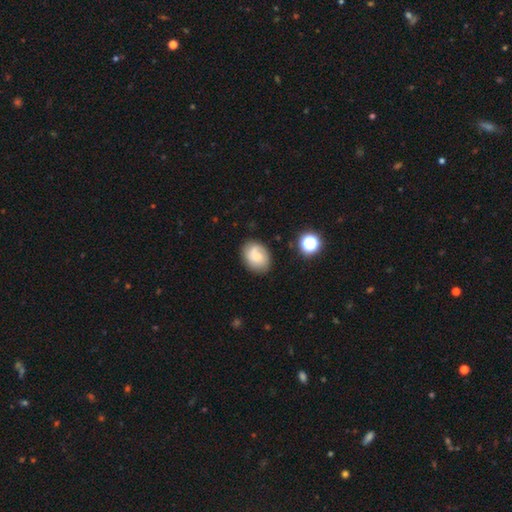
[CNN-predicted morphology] Q: Smooth or featured?
A: smooth (69%); runner-up: featured or disk (21%)
Q: How rounded?
A: in between (60%); runner-up: round (39%)
Q: Merging?
A: none (72%); runner-up: minor disturbance (18%)